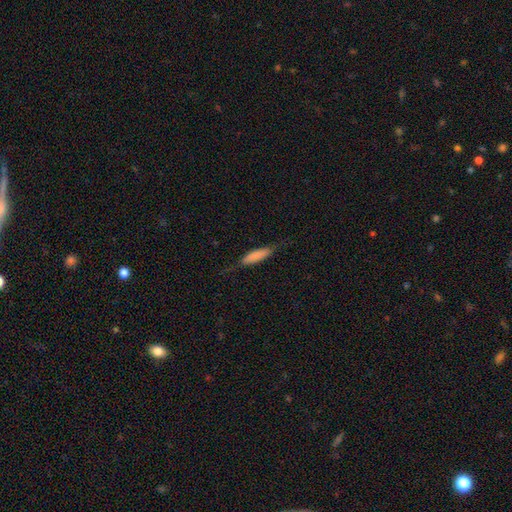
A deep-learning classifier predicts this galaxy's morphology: smooth 78%, featured or disk 16%, star or artifact 6%. Down the decision tree: how rounded — cigar-shaped (68%); merging — none (69%).